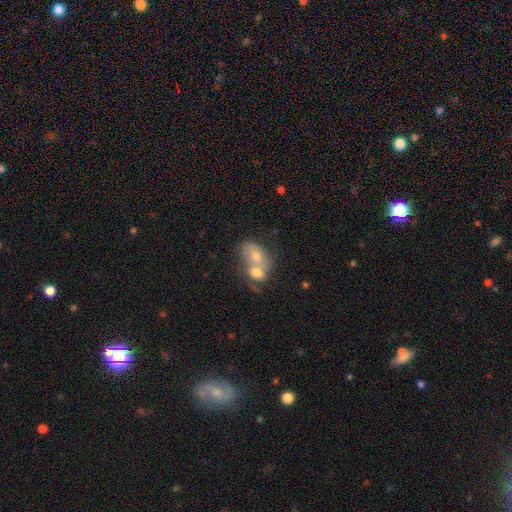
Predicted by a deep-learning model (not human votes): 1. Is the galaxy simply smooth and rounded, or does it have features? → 63% smooth, 28% featured or disk, 8% star or artifact.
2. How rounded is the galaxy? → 71% in between, 28% round, 2% cigar-shaped.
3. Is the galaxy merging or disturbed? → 77% merger, 12% none, 6% minor disturbance, 5% major disturbance.